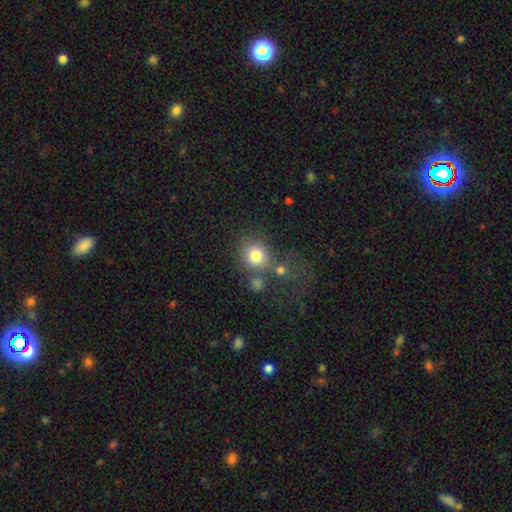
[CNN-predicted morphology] This is likely a smooth galaxy (78%). How rounded: likely round (77%). Merging: possibly none (55%).